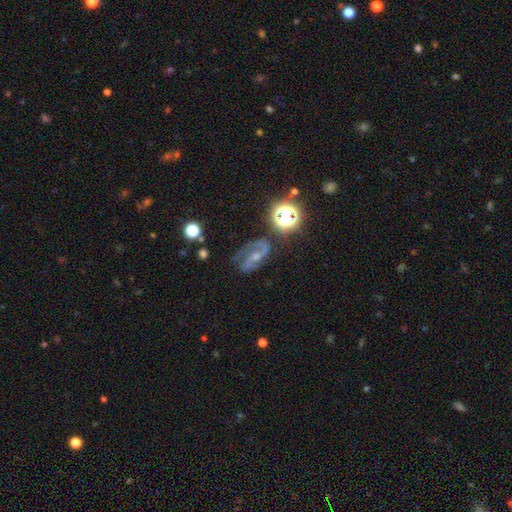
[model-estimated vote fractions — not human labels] smooth-or-featured: featured or disk: 75% | star or artifact: 14% | smooth: 11%
  disk-edge-on: no: 96% | yes: 4%
    bar: weak: 42% | no: 31% | strong: 28%
    has-spiral-arms: yes: 94% | no: 6%
      spiral-winding: medium: 48% | loose: 35% | tight: 17%
      spiral-arm-count: 2: 84% | 1: 5% | can't tell: 5% | 3: 2% | 4: 1% | more than 4: 1%
    bulge-size: small: 56% | moderate: 34% | none: 6% | large: 3% | dominant: 1%
  merging: none: 61% | minor disturbance: 20% | major disturbance: 14% | merger: 4%